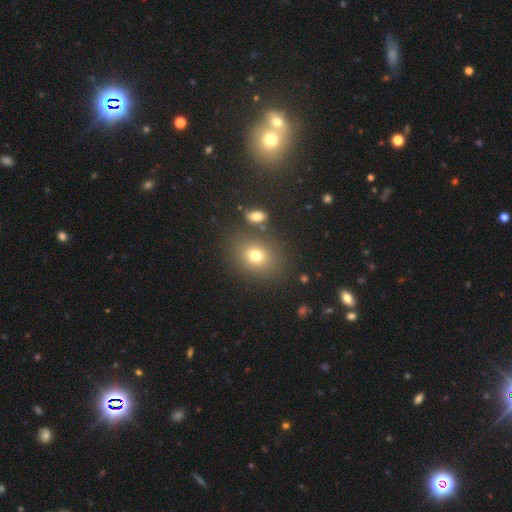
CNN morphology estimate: This appears to be a smooth galaxy with no disk features (74%) that is round (53%). Merging: none (79%).